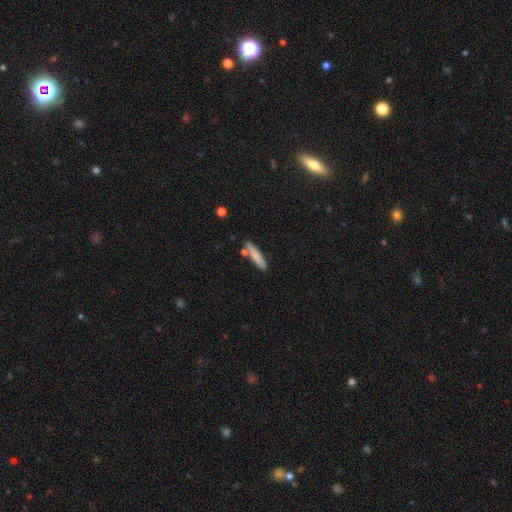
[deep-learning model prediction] Smooth or featured?
  - smooth: 78% *
  - featured or disk: 15%
  - star or artifact: 6%
How rounded?
  - cigar-shaped: 84% *
  - in between: 15%
  - round: 2%
Merging?
  - none: 75% *
  - minor disturbance: 13%
  - merger: 8%
  - major disturbance: 3%